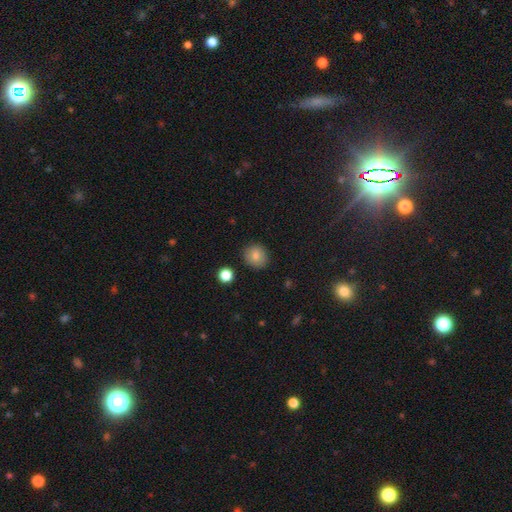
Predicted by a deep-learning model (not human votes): Morphology: type=smooth (82%); roundness=round (83%); merging=none (88%).